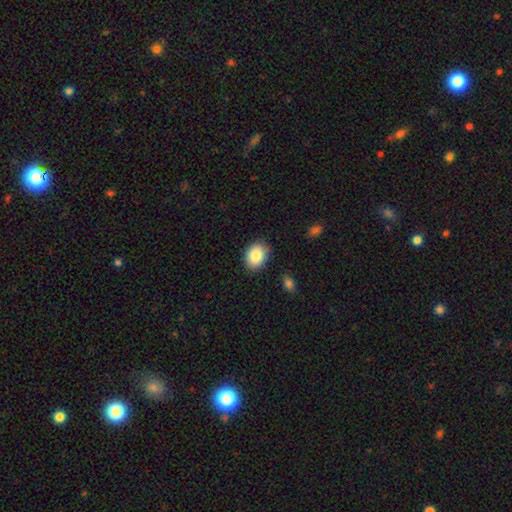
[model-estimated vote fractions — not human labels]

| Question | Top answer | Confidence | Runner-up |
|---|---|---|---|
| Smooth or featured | smooth | 85% | star or artifact (8%) |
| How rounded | in between | 63% | round (36%) |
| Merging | none | 85% | minor disturbance (11%) |